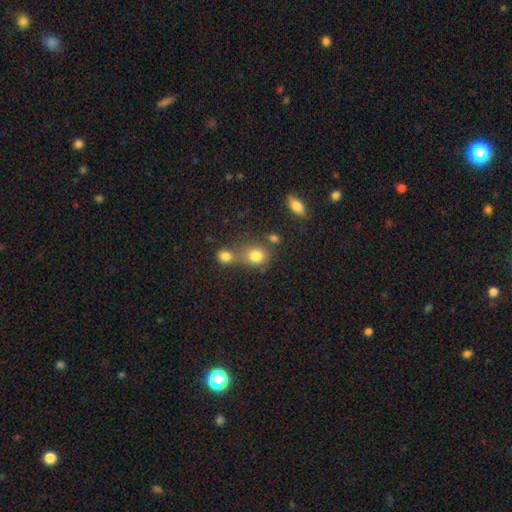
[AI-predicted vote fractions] Q: Smooth or featured?
A: smooth (81%); runner-up: star or artifact (11%)
Q: How rounded?
A: round (72%); runner-up: in between (27%)
Q: Merging?
A: none (47%); runner-up: merger (37%)